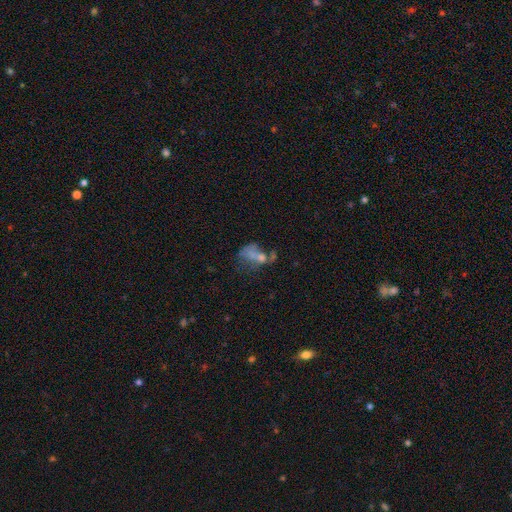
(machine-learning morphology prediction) Q: Smooth or featured?
A: featured or disk (41%); runner-up: smooth (40%)
Q: Merging?
A: merger (35%); runner-up: major disturbance (31%)